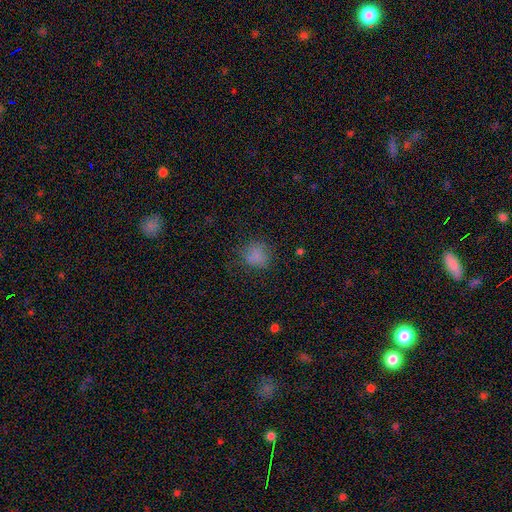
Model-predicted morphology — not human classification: This appears to be a smooth galaxy with no disk features (75%) that is round (79%). Merging: none (68%).